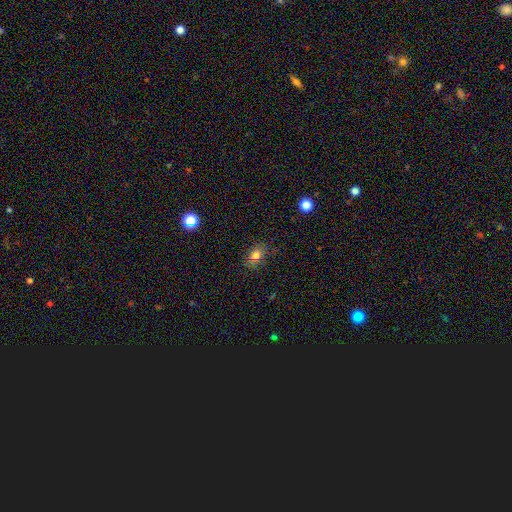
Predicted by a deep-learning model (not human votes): This is likely a smooth galaxy (76%). How rounded: likely in between (66%). Merging: likely none (77%).